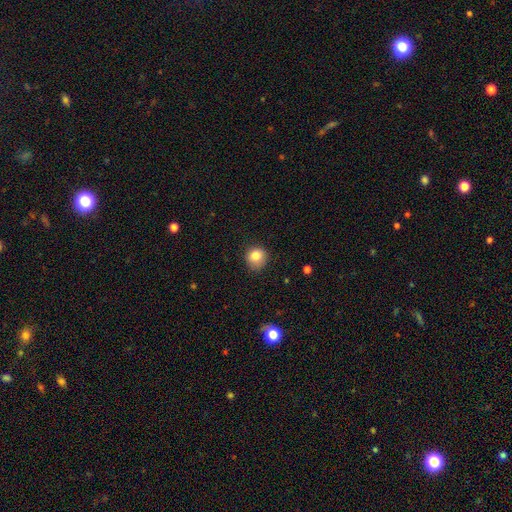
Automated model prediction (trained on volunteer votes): The model was most divided on "merging": none: 77%, minor disturbance: 18%, major disturbance: 4%, merger: 1%. More confident: how rounded — round (88%); smooth or featured — smooth (82%).